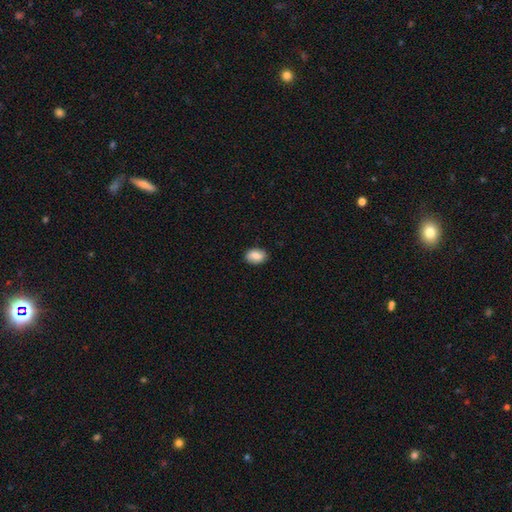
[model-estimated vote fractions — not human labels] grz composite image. It shows a smooth galaxy with no disk features (83%) that is in between round and cigar-shaped (79%). Merging: none (87%).